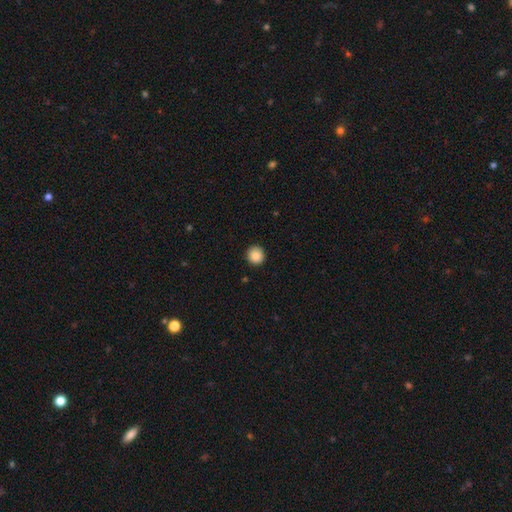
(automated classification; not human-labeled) Smooth or featured? Predicted: smooth (p=0.87). How rounded? Predicted: round (p=0.94). Merging? Predicted: none (p=0.92).